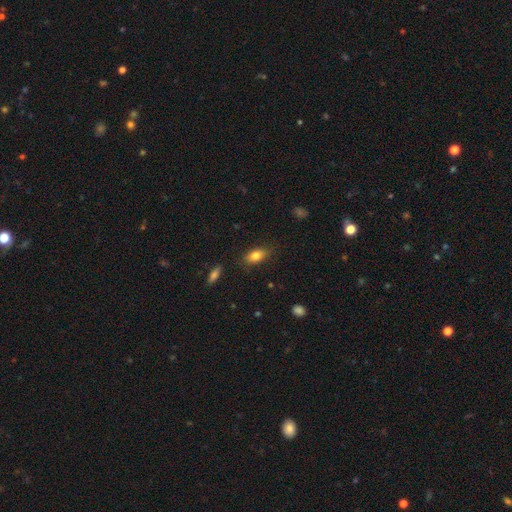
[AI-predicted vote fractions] The model was most divided on "merging": none: 82%, minor disturbance: 13%, major disturbance: 3%, merger: 1%. More confident: how rounded — in between (86%); smooth or featured — smooth (81%).